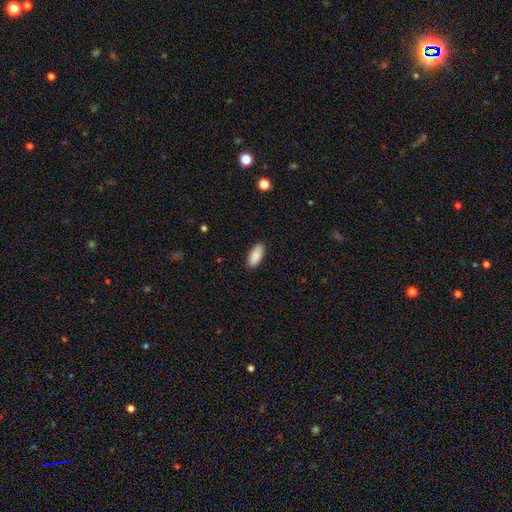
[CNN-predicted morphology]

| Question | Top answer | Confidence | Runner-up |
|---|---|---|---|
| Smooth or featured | smooth | 90% | star or artifact (6%) |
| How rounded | in between | 89% | cigar-shaped (9%) |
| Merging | none | 87% | minor disturbance (9%) |